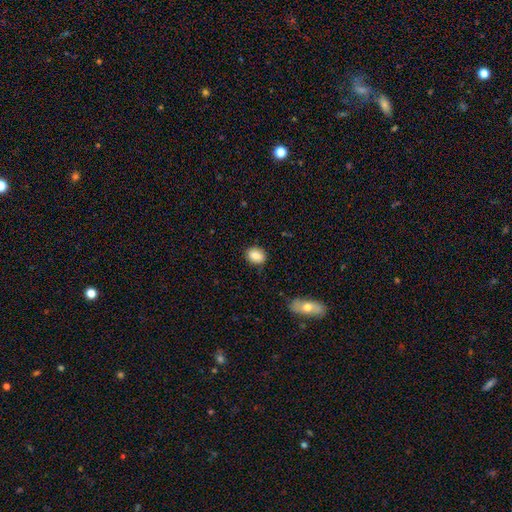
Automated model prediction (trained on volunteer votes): Smooth or featured? smooth (85%)
How rounded? in between (55%)
Merging? none (83%)